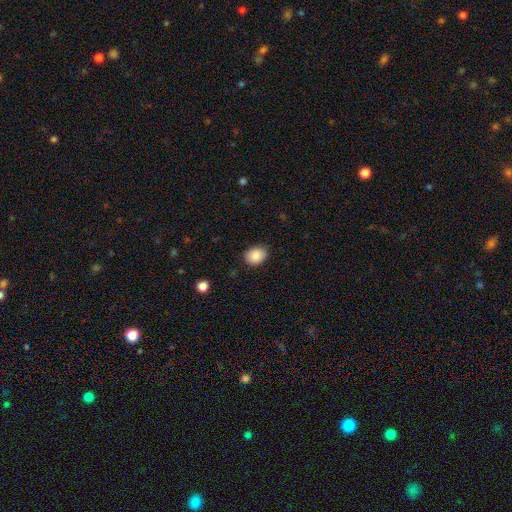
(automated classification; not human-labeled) Smooth or featured: smooth — 88% (star or artifact — 8%)
How rounded: in between — 54% (round — 45%)
Merging: none — 86% (minor disturbance — 11%)